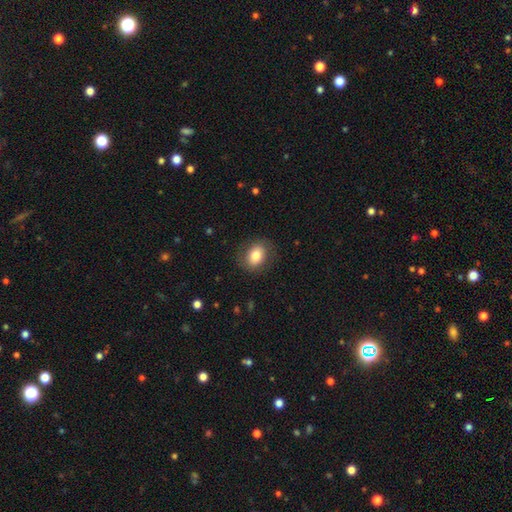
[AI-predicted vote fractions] A smooth galaxy with no disk features (80%) that is in between round and cigar-shaped (54%).

Vote fractions:
- Smooth or featured? smooth: 80% / featured or disk: 12% / star or artifact: 8%
- How rounded? in between: 54% / round: 45% / cigar-shaped: 1%
- Merging? none: 83% / minor disturbance: 12% / major disturbance: 5% / merger: 1%